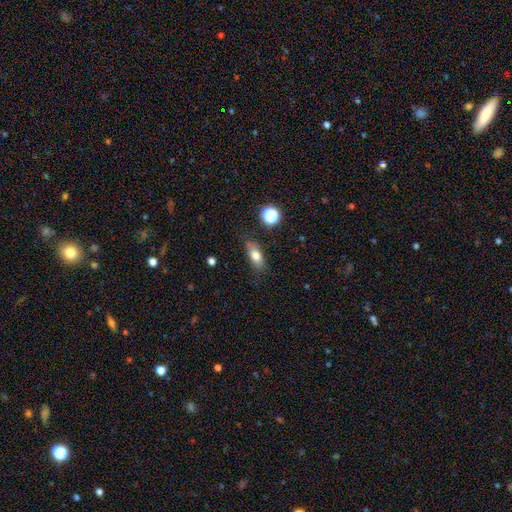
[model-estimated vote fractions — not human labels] smooth 75%, featured or disk 15%, star or artifact 10%. Down the decision tree: how rounded — in between (76%); merging — none (76%).